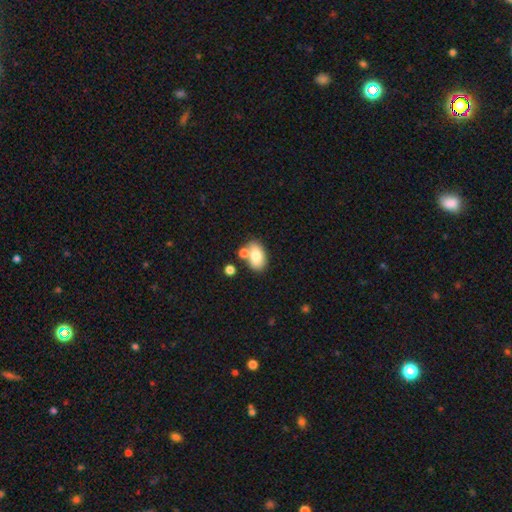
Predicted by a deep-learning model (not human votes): This appears to be a smooth galaxy with no disk features (77%) that is in between round and cigar-shaped (87%). Merging: none (58%).